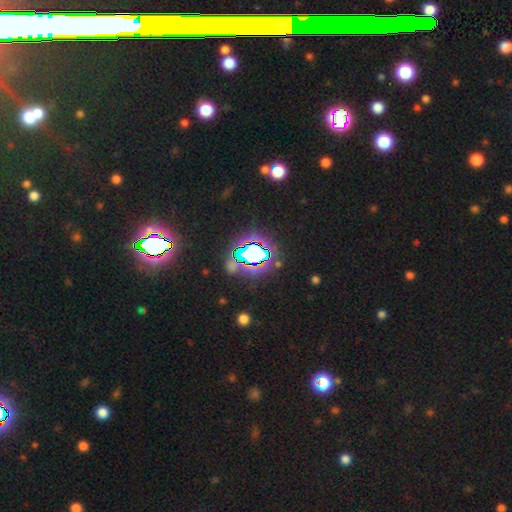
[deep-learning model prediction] smooth-or-featured: star or artifact: 74% | smooth: 15% | featured or disk: 10%